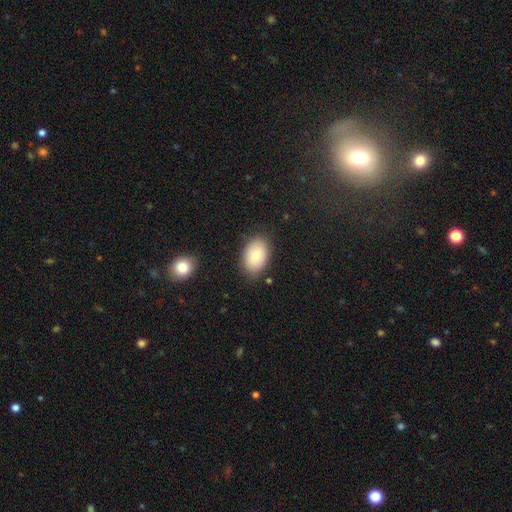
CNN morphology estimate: Smooth or featured?
  - smooth: 82% *
  - featured or disk: 11%
  - star or artifact: 7%
How rounded?
  - in between: 87% *
  - round: 12%
  - cigar-shaped: 1%
Merging?
  - none: 83% *
  - minor disturbance: 12%
  - major disturbance: 3%
  - merger: 2%